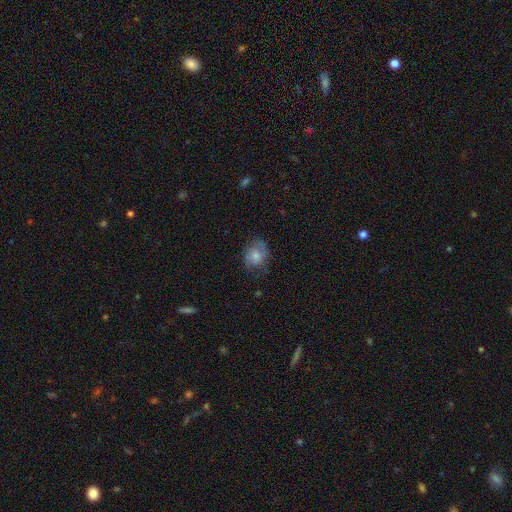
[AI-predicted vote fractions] smooth-or-featured: smooth: 62% | featured or disk: 30% | star or artifact: 8%
  how-rounded: in between: 53% | round: 46% | cigar-shaped: 1%
  merging: none: 62% | minor disturbance: 25% | major disturbance: 12% | merger: 1%